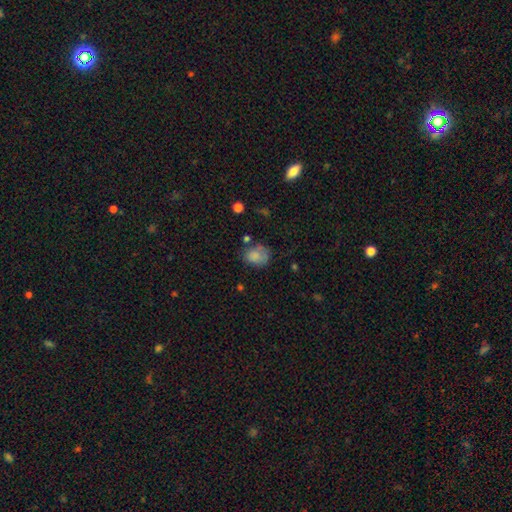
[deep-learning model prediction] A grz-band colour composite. It shows a smooth galaxy with no disk features (76%) that is in between round and cigar-shaped (55%). Merging: none (51%).